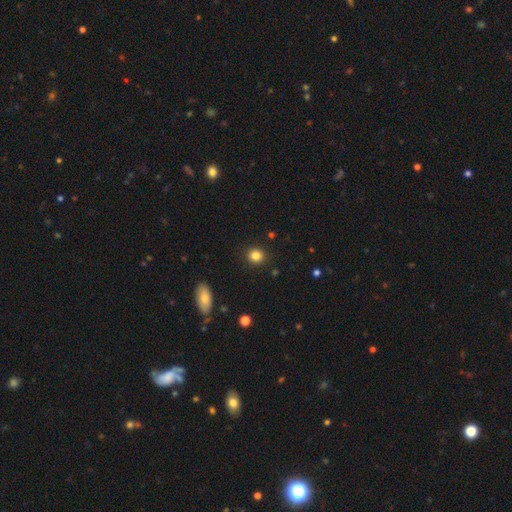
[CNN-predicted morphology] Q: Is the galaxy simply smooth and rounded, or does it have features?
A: smooth — 84%.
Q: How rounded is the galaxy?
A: round — 85%.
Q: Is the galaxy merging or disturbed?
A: none — 91%.